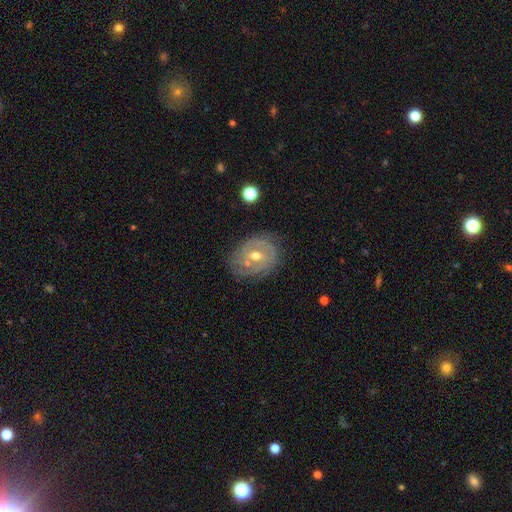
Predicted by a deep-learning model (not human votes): Q: Smooth or featured?
A: featured or disk (80%); runner-up: smooth (13%)
Q: Edge-on disk?
A: no (96%); runner-up: yes (4%)
Q: Bar?
A: no (44%); runner-up: weak (42%)
Q: Spiral arms?
A: yes (86%); runner-up: no (14%)
Q: Spiral winding?
A: tight (67%); runner-up: medium (26%)
Q: Spiral arm count?
A: 2 (43%); runner-up: can't tell (28%)
Q: Bulge size?
A: moderate (69%); runner-up: small (28%)
Q: Merging?
A: none (75%); runner-up: minor disturbance (16%)